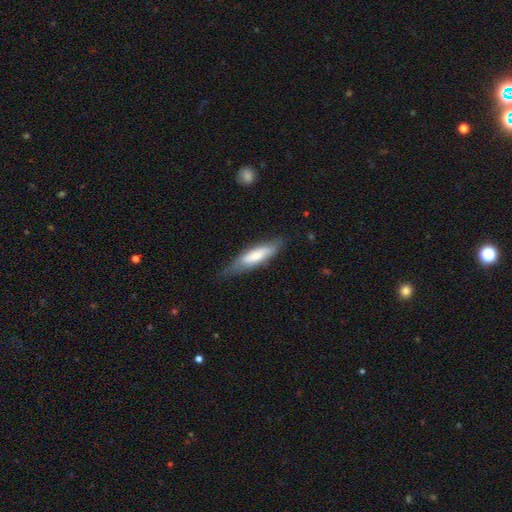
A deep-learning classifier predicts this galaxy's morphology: Smooth or featured? smooth (64%)
How rounded? cigar-shaped (57%)
Merging? none (69%)